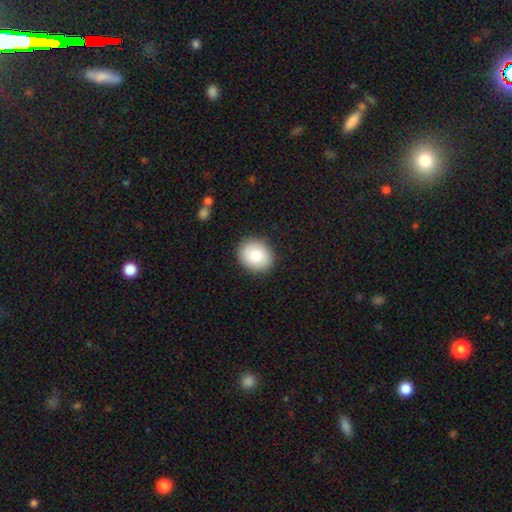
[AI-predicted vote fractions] A smooth galaxy with no disk features (83%) that is round (62%). Merging: none (89%).